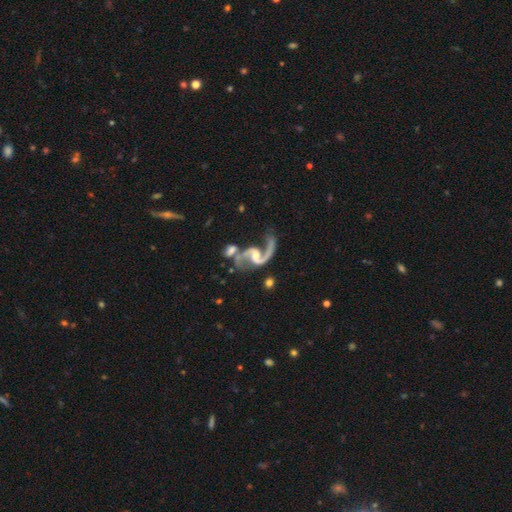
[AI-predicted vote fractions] This appears to be a featured or disk galaxy (92%) with a weak bar (46%), 2 (91%) loose (58%) spiral arms (97%) and a small central bulge (42%, tied with moderate). Merging: none (42%).